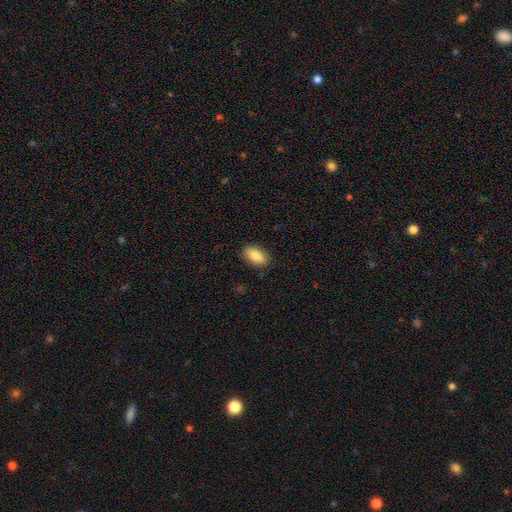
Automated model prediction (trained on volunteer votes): A smooth galaxy with no disk features (85%) that is in between round and cigar-shaped (91%).

Vote fractions:
- Smooth or featured? smooth: 85% / featured or disk: 9% / star or artifact: 7%
- How rounded? in between: 91% / round: 4% / cigar-shaped: 4%
- Merging? none: 88% / minor disturbance: 9% / major disturbance: 2% / merger: 1%